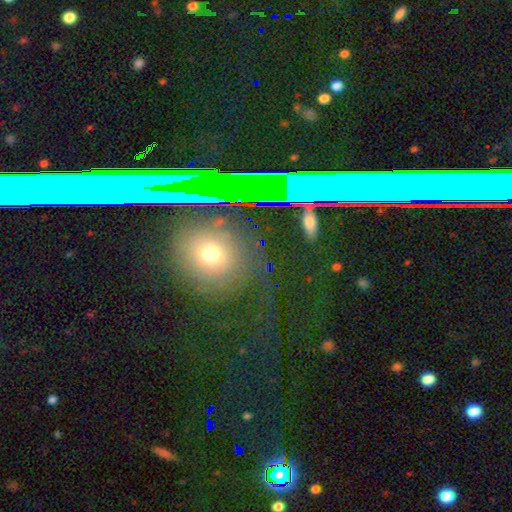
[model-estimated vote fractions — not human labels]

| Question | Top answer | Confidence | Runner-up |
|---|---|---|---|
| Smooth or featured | smooth | 46% | star or artifact (36%) |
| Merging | none | 85% | minor disturbance (9%) |